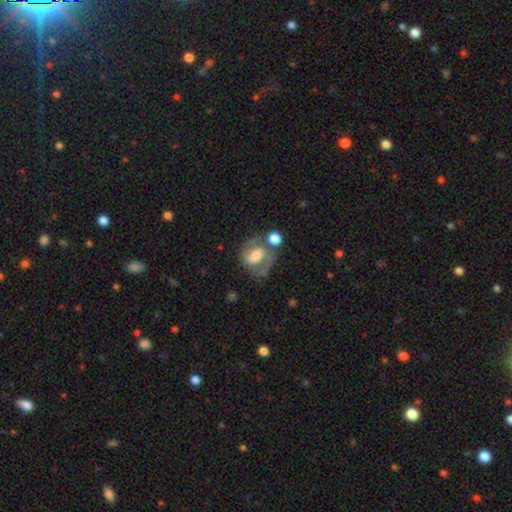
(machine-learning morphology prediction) smooth_or_featured: featured or disk (p=0.65) [alt: smooth p=0.28]
disk_edge_on: no (p=0.96) [alt: yes p=0.04]
bar: weak (p=0.43) [alt: strong p=0.31]
has_spiral_arms: yes (p=0.81) [alt: no p=0.19]
spiral_winding: medium (p=0.53) [alt: tight p=0.27]
spiral_arm_count: 2 (p=0.83) [alt: can't tell p=0.09]
bulge_size: moderate (p=0.45) [alt: large p=0.23]
merging: none (p=0.55) [alt: minor disturbance p=0.18]